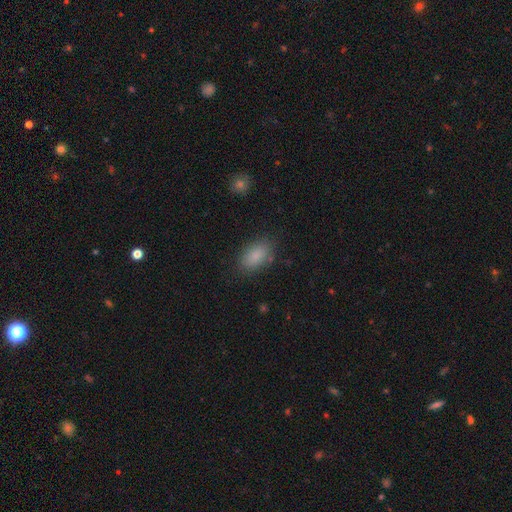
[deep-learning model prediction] Smooth or featured? smooth (86%)
How rounded? in between (91%)
Merging? none (81%)